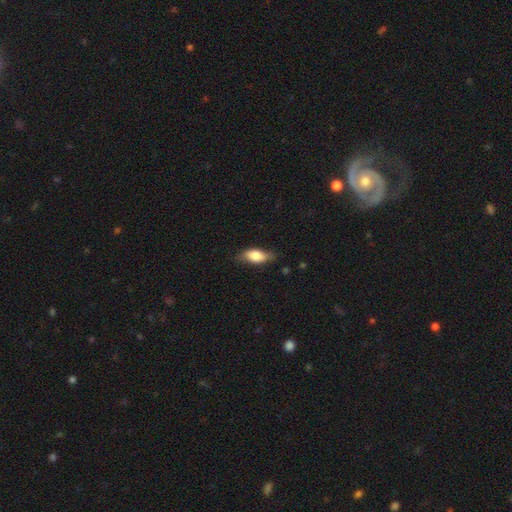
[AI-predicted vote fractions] A smooth galaxy with no disk features (73%) that is in between round and cigar-shaped (82%). Merging: none (73%).